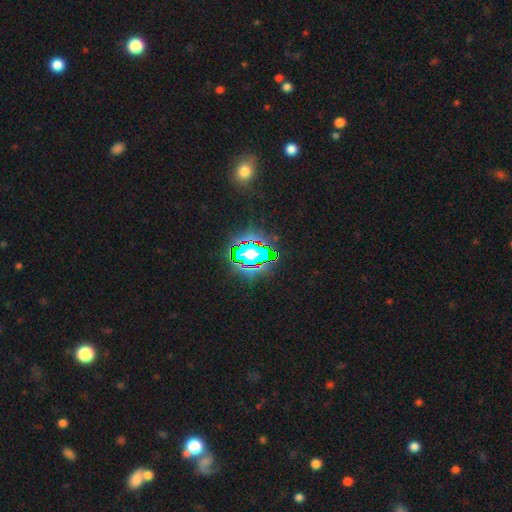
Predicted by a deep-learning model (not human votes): Overall: star or artifact (75%).